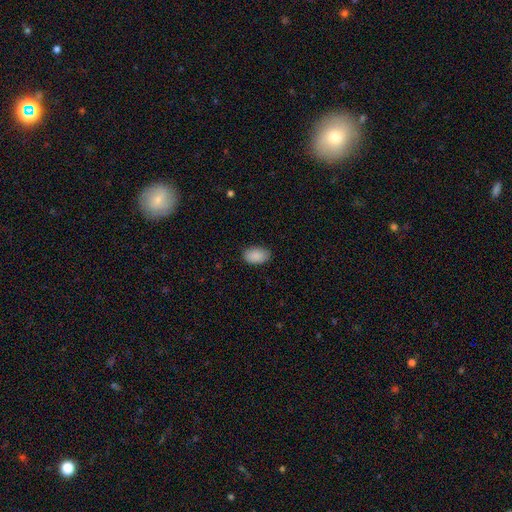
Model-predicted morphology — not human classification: Overall: smooth (90%). How rounded: in between (92%). Merging: none (86%).